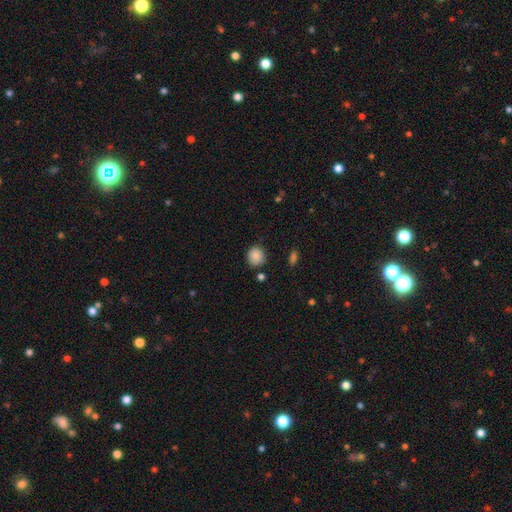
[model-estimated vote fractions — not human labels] Smooth or featured: smooth — 88% (star or artifact — 9%)
How rounded: round — 87% (in between — 12%)
Merging: none — 81% (minor disturbance — 13%)